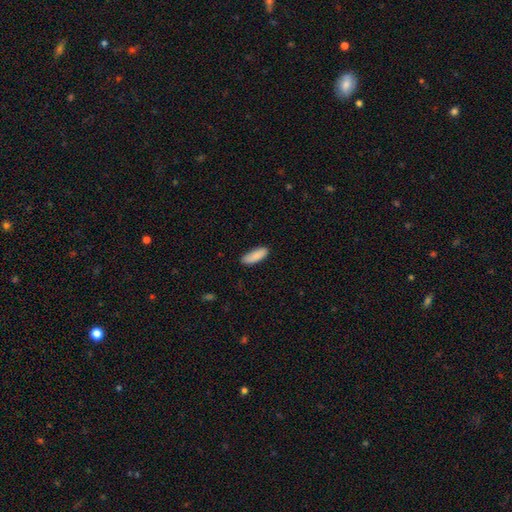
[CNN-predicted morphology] This is clearly a smooth galaxy (89%). How rounded: likely in between (64%). Merging: clearly none (85%).